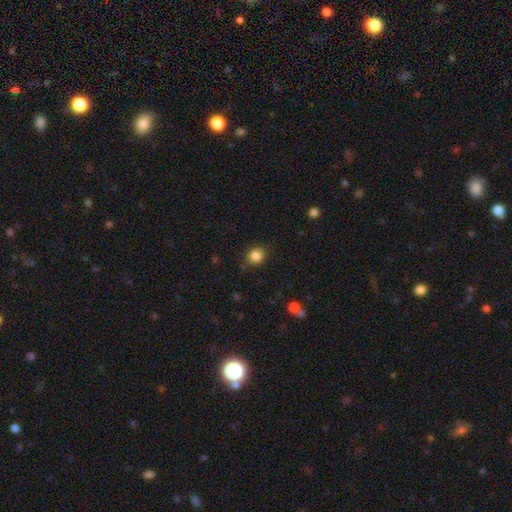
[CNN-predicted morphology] Smooth or featured: smooth — 85% (star or artifact — 10%)
How rounded: round — 79% (in between — 21%)
Merging: none — 86% (minor disturbance — 10%)